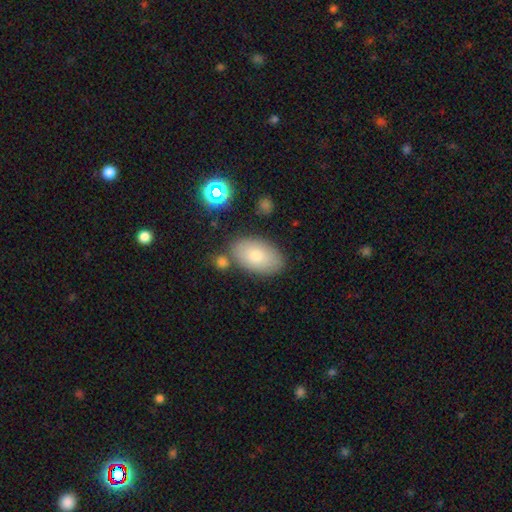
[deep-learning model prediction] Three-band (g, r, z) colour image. It shows a smooth galaxy with no disk features (76%) that is in between round and cigar-shaped (93%). Merging: none (78%).